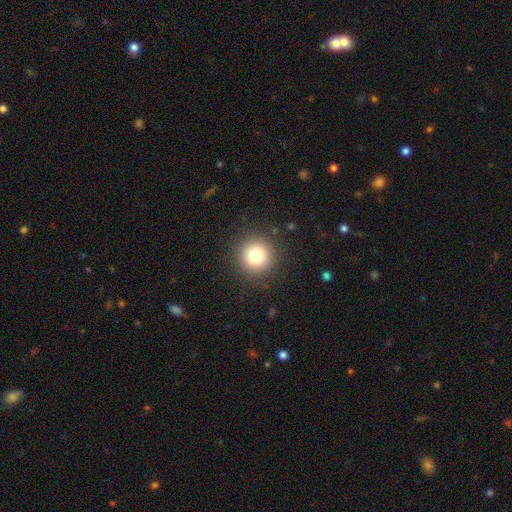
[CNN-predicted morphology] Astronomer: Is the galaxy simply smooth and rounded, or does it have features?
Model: smooth — 80%.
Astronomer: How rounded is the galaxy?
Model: round — 95%.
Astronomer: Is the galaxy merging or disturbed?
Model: none — 89%.